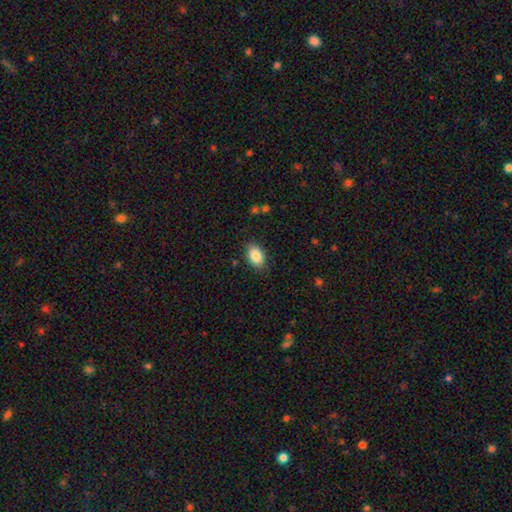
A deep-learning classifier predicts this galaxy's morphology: smooth 87%, star or artifact 7%, featured or disk 5%. Down the decision tree: how rounded — in between (87%); merging — none (85%).